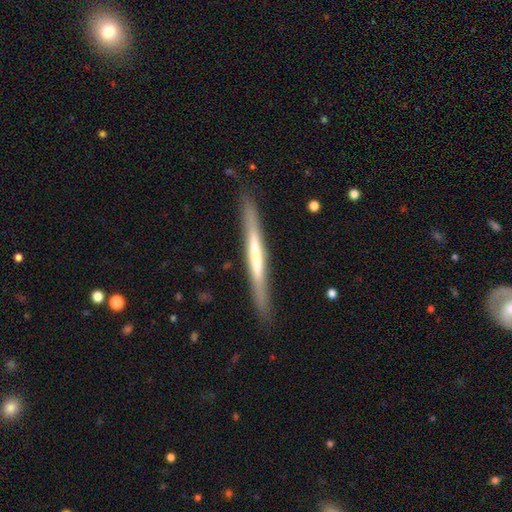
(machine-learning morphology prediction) A featured or disk galaxy (53%) viewed edge-on (96%) with no central bulge (74%).

Vote fractions:
- Smooth or featured? featured or disk: 53% / smooth: 42% / star or artifact: 5%
- Edge-on disk? yes: 96% / no: 4%
- Edge-on bulge? none: 74% / boxy: 15% / rounded: 12%
- Merging? none: 87% / minor disturbance: 10% / major disturbance: 2% / merger: 1%